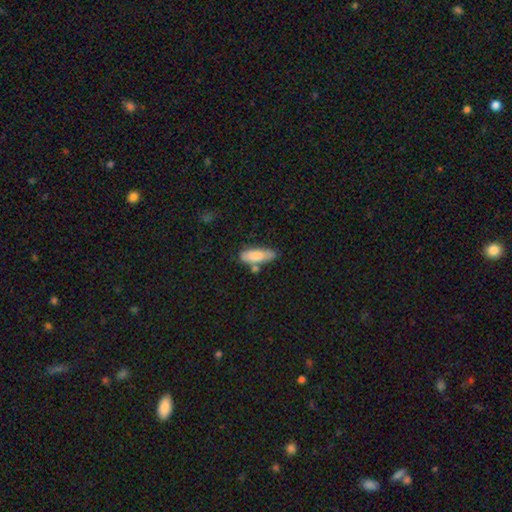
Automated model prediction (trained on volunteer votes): Smooth or featured? Predicted: smooth (p=0.80). How rounded? Predicted: in between (p=0.59). Merging? Predicted: none (p=0.61).